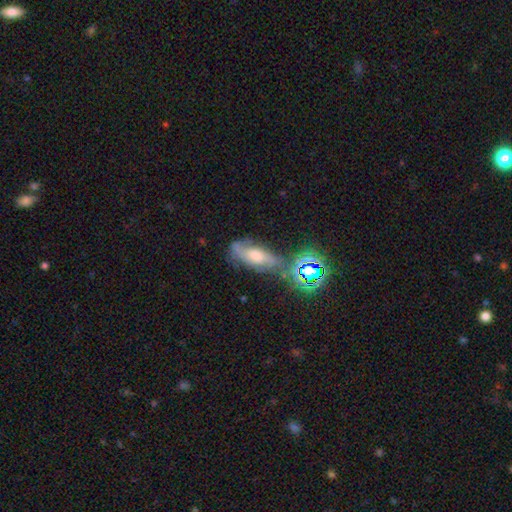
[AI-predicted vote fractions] smooth_or_featured: featured or disk (p=0.43) [alt: smooth p=0.30]
merging: none (p=0.54) [alt: minor disturbance p=0.23]